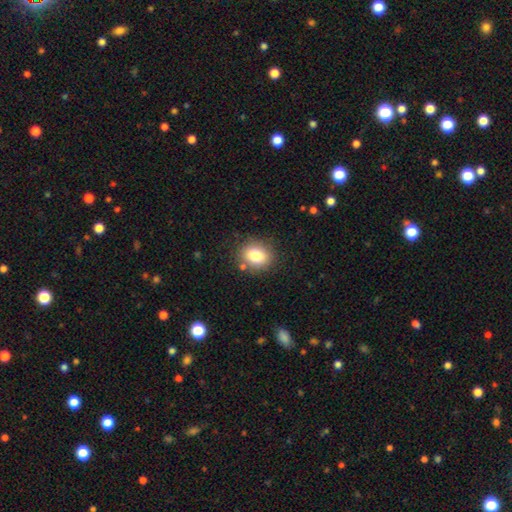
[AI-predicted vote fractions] smooth_or_featured: smooth (p=0.81) [alt: star or artifact p=0.10]
how_rounded: round (p=0.58) [alt: in between p=0.41]
merging: none (p=0.83) [alt: minor disturbance p=0.11]